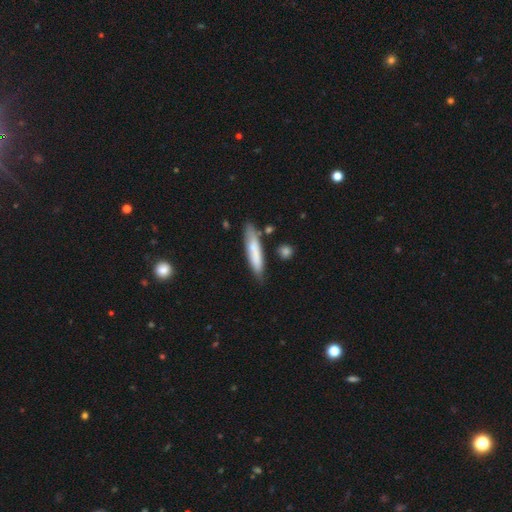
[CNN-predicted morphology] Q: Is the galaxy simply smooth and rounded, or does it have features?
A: smooth — 69%.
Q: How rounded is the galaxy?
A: cigar-shaped — 82%.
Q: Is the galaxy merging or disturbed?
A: none — 75%.